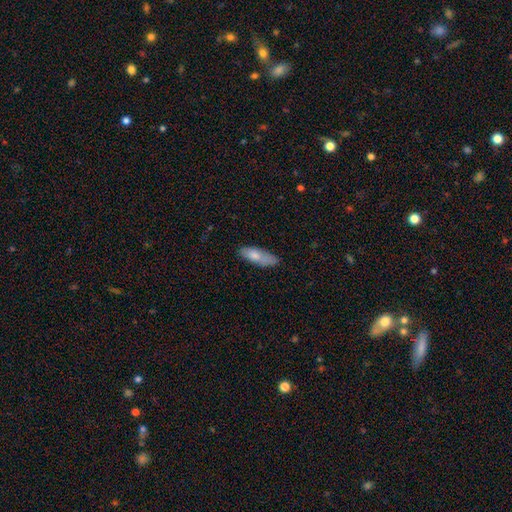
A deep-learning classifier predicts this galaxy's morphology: smooth_or_featured: smooth (p=0.78) [alt: featured or disk p=0.15]
how_rounded: in between (p=0.62) [alt: cigar-shaped p=0.36]
merging: none (p=0.69) [alt: minor disturbance p=0.24]